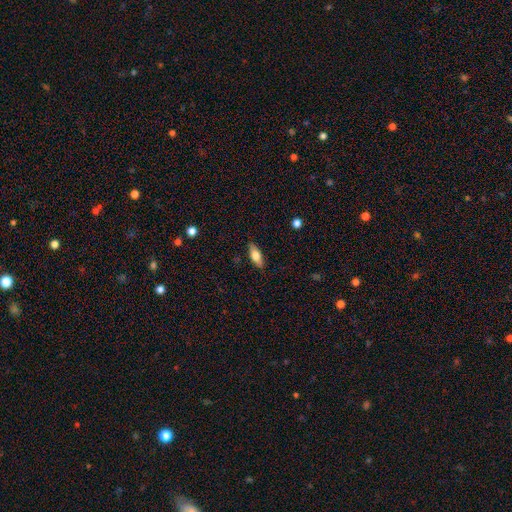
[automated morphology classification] This is likely a smooth galaxy (67%). How rounded: likely in between (66%). Merging: clearly none (86%).